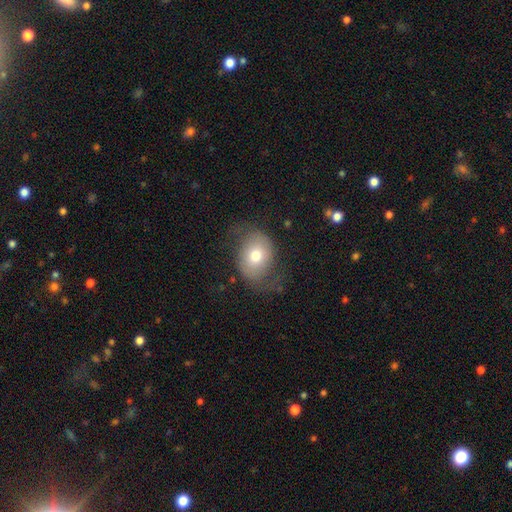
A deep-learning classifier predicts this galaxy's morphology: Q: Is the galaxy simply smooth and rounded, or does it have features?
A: smooth — 55%.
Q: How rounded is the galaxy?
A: in between — 59%.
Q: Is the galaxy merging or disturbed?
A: none — 57%.